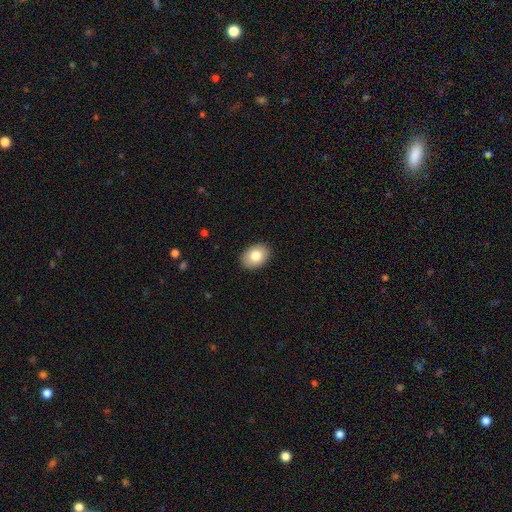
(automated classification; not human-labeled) Q: Smooth or featured?
A: smooth (82%); runner-up: featured or disk (11%)
Q: How rounded?
A: in between (76%); runner-up: round (23%)
Q: Merging?
A: none (90%); runner-up: minor disturbance (8%)